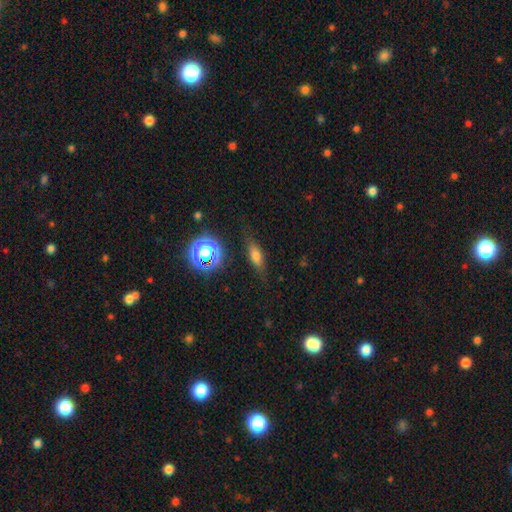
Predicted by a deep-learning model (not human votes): Smooth or featured: smooth — 63% (featured or disk — 21%)
How rounded: in between — 55% (cigar-shaped — 34%)
Merging: none — 78% (minor disturbance — 15%)